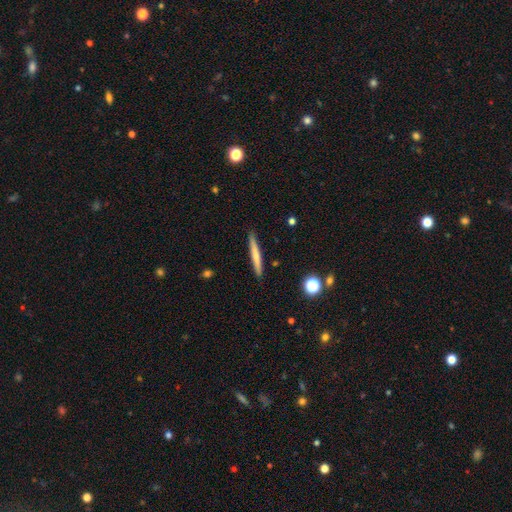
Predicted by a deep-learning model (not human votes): A smooth galaxy with no disk features (64%) that is cigar-shaped (95%).

Vote fractions:
- Smooth or featured? smooth: 64% / featured or disk: 30% / star or artifact: 6%
- How rounded? cigar-shaped: 95% / in between: 3% / round: 1%
- Merging? none: 89% / minor disturbance: 8% / major disturbance: 2% / merger: 1%